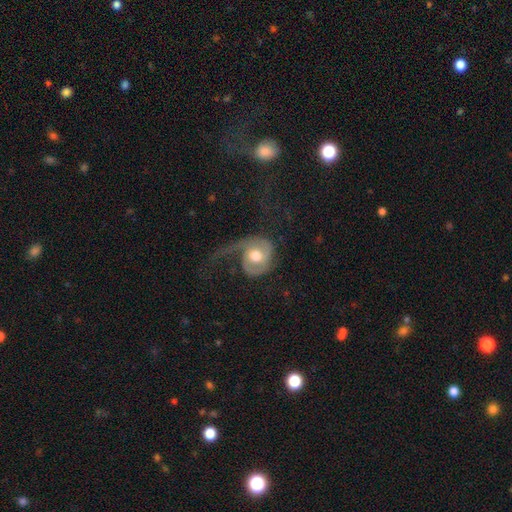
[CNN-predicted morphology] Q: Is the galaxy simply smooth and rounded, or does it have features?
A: featured or disk — 72%.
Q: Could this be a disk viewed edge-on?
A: no — 97%.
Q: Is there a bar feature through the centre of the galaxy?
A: no — 72%.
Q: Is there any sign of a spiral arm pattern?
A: yes — 89%.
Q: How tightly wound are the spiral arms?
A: loose — 49%.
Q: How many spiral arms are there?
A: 1 — 66%.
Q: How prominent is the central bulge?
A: moderate — 69%.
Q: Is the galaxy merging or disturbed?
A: major disturbance — 52%.